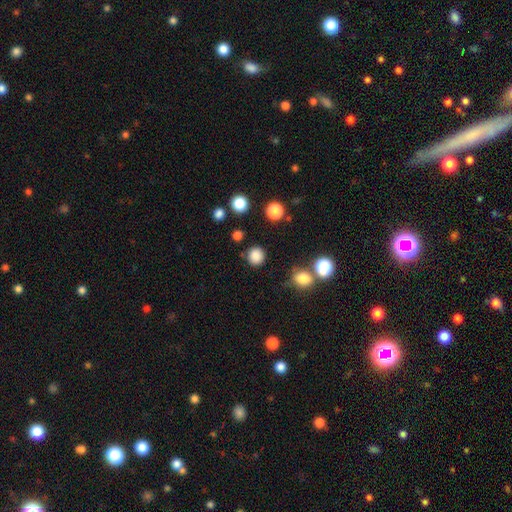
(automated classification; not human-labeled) Smooth or featured: smooth — 85% (star or artifact — 12%)
How rounded: round — 90% (in between — 9%)
Merging: none — 86% (minor disturbance — 8%)